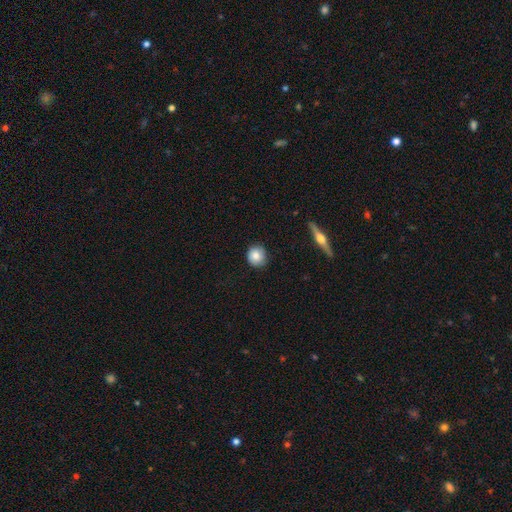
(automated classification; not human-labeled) The model was most divided on "smooth or featured": smooth: 79%, featured or disk: 13%, star or artifact: 8%. More confident: how rounded — round (91%); merging — none (86%).